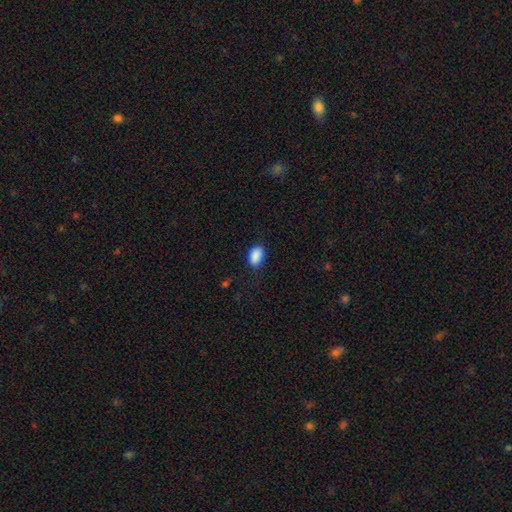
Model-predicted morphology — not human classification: smooth_or_featured: smooth (p=0.90) [alt: star or artifact p=0.07]
how_rounded: in between (p=0.88) [alt: round p=0.10]
merging: none (p=0.82) [alt: minor disturbance p=0.14]